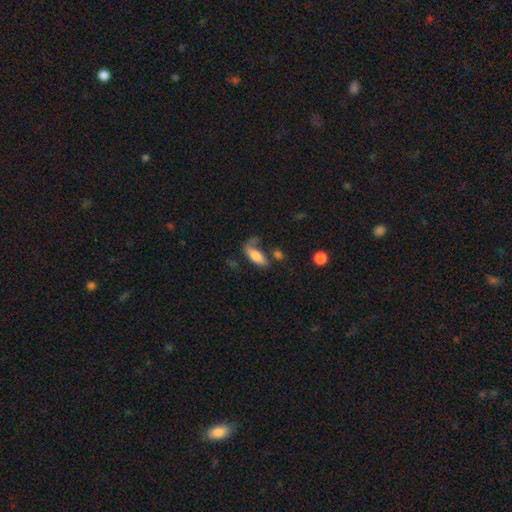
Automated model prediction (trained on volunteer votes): Smooth or featured? smooth (73%)
How rounded? in between (71%)
Merging? none (39%)